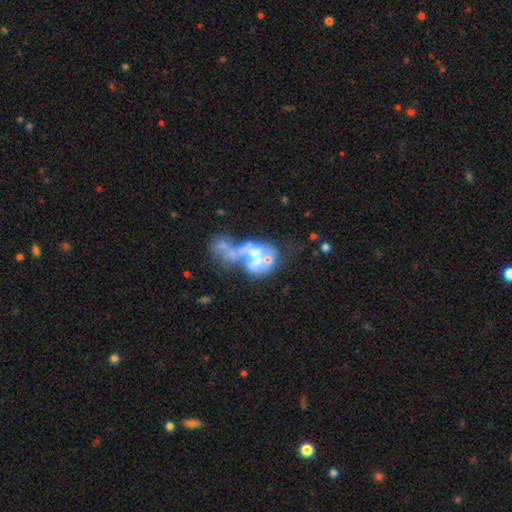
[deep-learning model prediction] Smooth or featured? Predicted: featured or disk (p=0.65). Edge-on disk? Predicted: no (p=0.97). Bar? Predicted: no (p=0.83). Spiral arms? Predicted: no (p=0.86). Bulge size? Predicted: none (p=0.41). Merging? Predicted: merger (p=0.45).